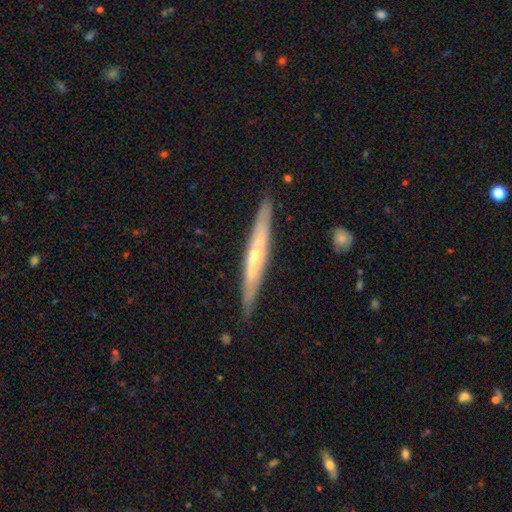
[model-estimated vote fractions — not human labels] A featured or disk galaxy (66%) viewed edge-on (91%) with a rounded central bulge (55%). Merging: none (87%).